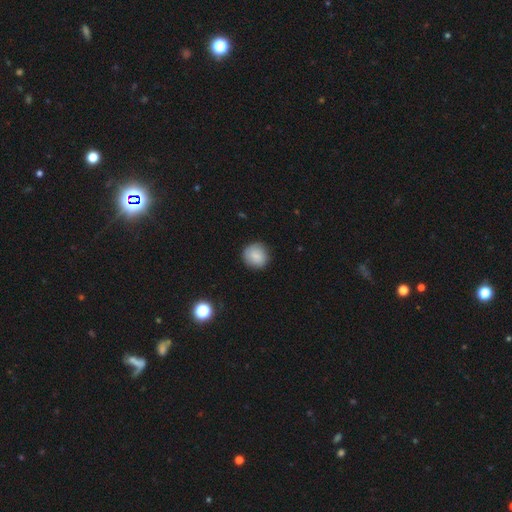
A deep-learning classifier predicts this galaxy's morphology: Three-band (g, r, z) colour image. It shows a smooth galaxy with no disk features (84%) that is round (89%). Merging: none (85%).